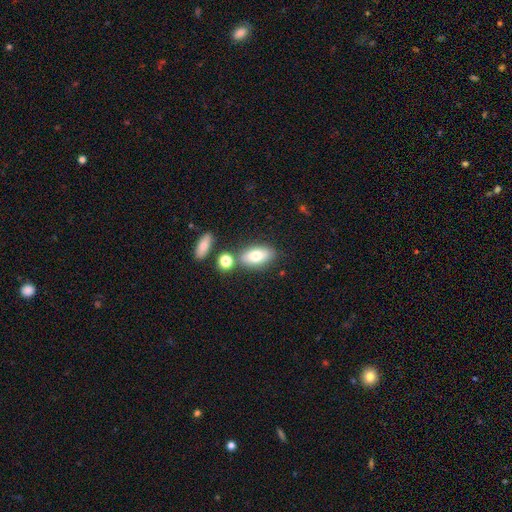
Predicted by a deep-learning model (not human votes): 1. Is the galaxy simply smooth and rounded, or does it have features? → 75% smooth, 16% featured or disk, 8% star or artifact.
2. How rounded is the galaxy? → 88% in between, 7% round, 5% cigar-shaped.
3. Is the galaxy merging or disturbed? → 70% none, 14% merger, 12% minor disturbance, 4% major disturbance.